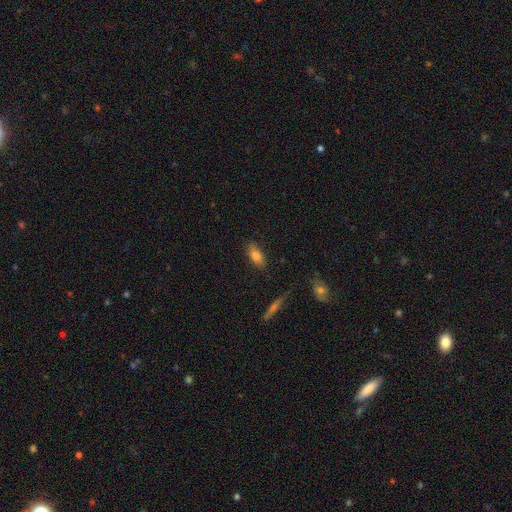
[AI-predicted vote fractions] smooth 82%, featured or disk 10%, star or artifact 8%. Down the decision tree: how rounded — in between (87%); merging — none (81%).